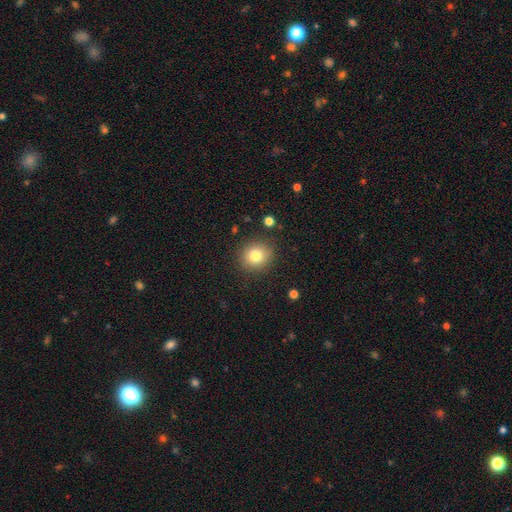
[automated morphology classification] smooth_or_featured: smooth (p=0.80) [alt: star or artifact p=0.11]
how_rounded: round (p=0.83) [alt: in between p=0.16]
merging: none (p=0.87) [alt: minor disturbance p=0.08]